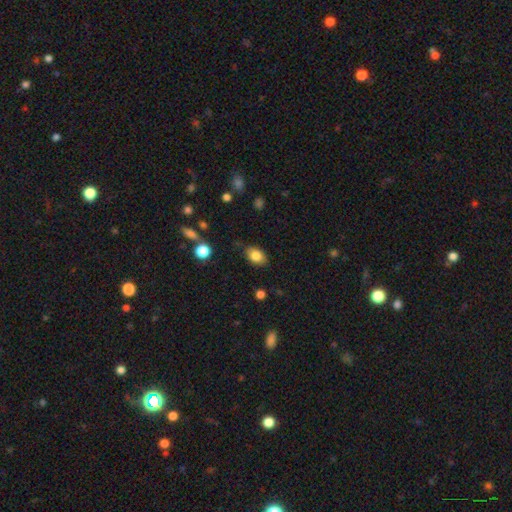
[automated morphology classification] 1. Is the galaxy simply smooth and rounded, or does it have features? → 82% smooth, 9% featured or disk, 9% star or artifact.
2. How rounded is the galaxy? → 82% in between, 17% round, 1% cigar-shaped.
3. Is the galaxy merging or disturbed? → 82% none, 14% minor disturbance, 3% major disturbance, 2% merger.